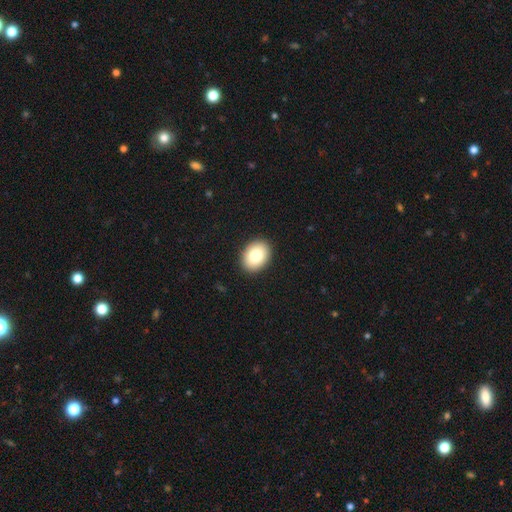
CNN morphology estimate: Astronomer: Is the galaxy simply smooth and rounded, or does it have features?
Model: smooth — 81%.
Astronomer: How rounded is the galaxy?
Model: in between — 68%.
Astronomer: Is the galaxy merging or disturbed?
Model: none — 91%.